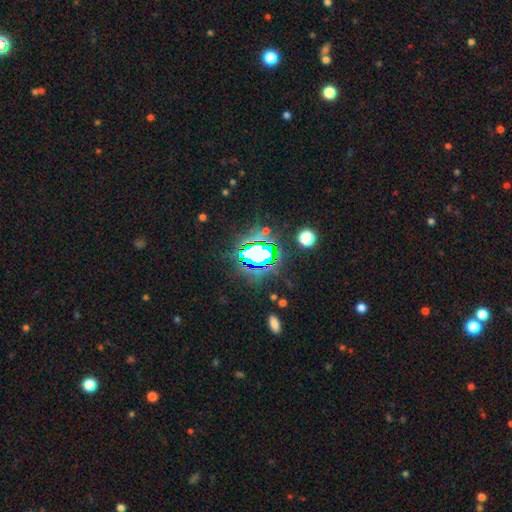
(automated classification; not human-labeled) Smooth or featured? Predicted: star or artifact (p=0.68).